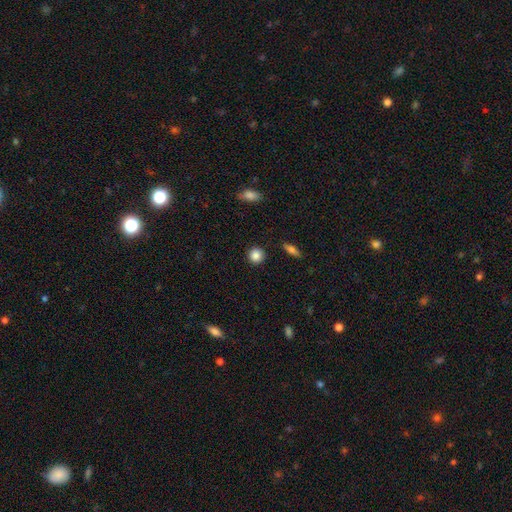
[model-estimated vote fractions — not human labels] Smooth or featured? smooth (87%)
How rounded? round (91%)
Merging? none (90%)